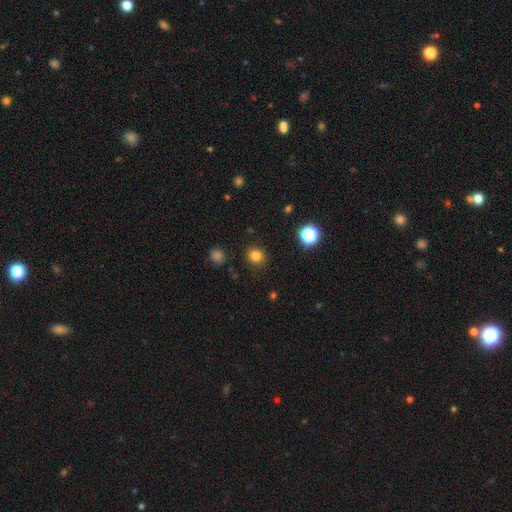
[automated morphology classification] type=smooth (81%); roundness=round (86%); merging=none (89%).